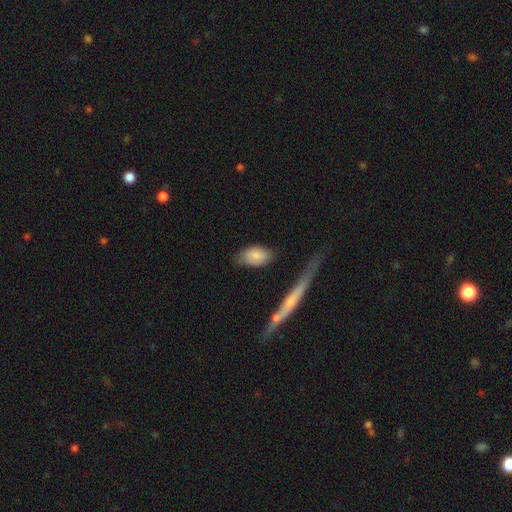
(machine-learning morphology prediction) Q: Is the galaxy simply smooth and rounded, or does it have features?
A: smooth — 82%.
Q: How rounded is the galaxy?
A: in between — 91%.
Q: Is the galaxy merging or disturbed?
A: none — 72%.